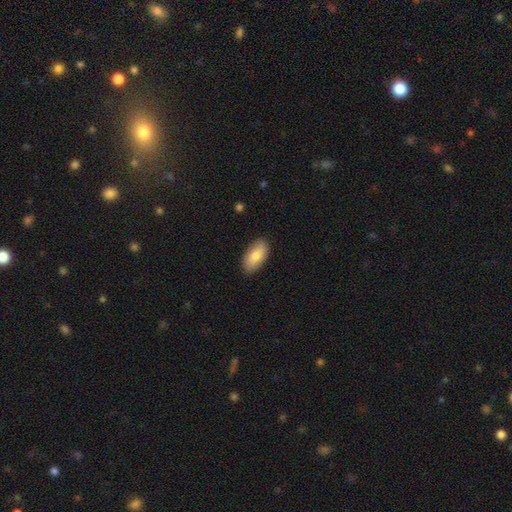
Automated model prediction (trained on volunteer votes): smooth-or-featured: smooth: 81% | featured or disk: 13% | star or artifact: 6%
  how-rounded: in between: 93% | cigar-shaped: 4% | round: 3%
  merging: none: 87% | minor disturbance: 10% | major disturbance: 2% | merger: 1%